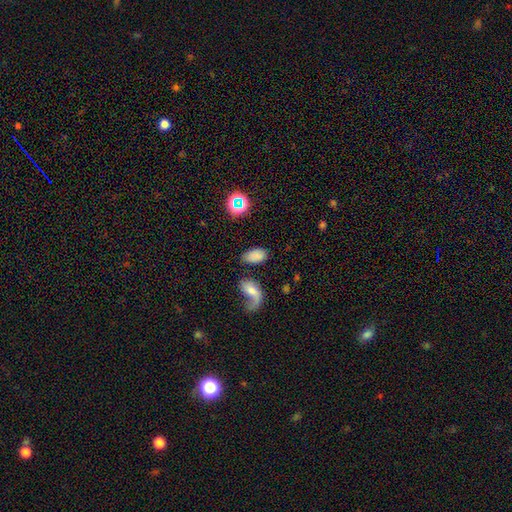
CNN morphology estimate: Overall: smooth (76%). How rounded: in between (92%). Merging: none (60%).